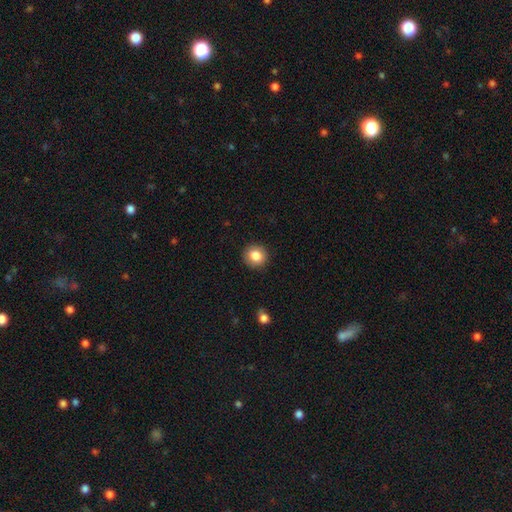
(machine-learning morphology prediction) Smooth or featured: smooth — 85% (star or artifact — 9%)
How rounded: round — 90% (in between — 9%)
Merging: none — 91% (minor disturbance — 6%)